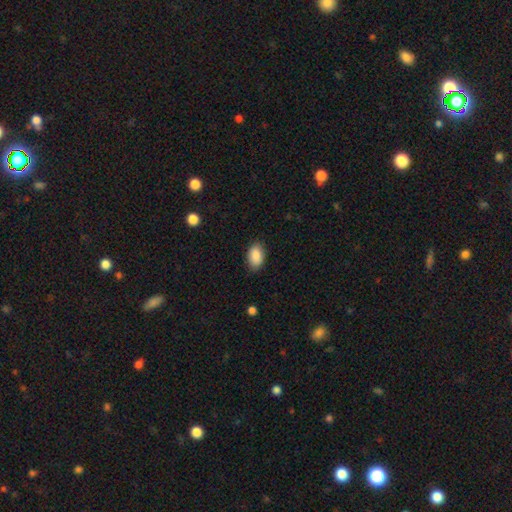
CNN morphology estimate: This appears to be a smooth galaxy with no disk features (89%) that is in between round and cigar-shaped (91%). Merging: none (85%).